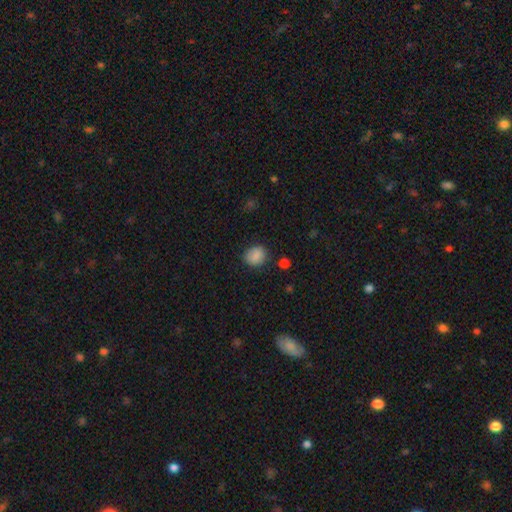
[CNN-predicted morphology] Smooth or featured: smooth — 86% (star or artifact — 9%)
How rounded: round — 69% (in between — 30%)
Merging: none — 81% (minor disturbance — 13%)